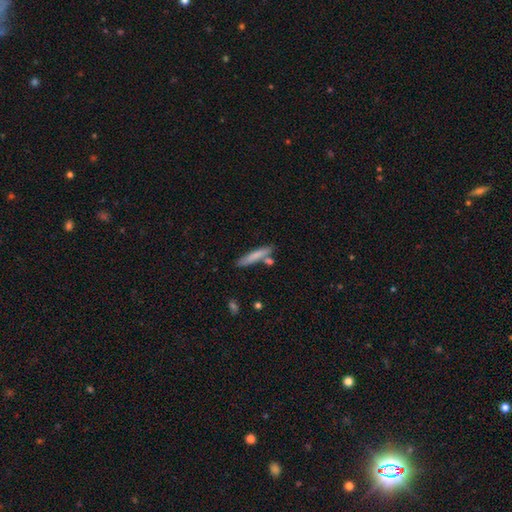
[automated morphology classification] Smooth or featured: smooth — 74% (featured or disk — 20%)
How rounded: cigar-shaped — 89% (in between — 10%)
Merging: none — 73% (minor disturbance — 14%)